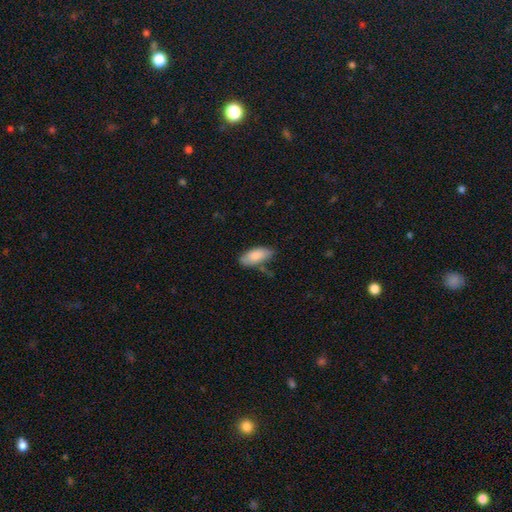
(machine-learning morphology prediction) Smooth or featured?
  - smooth: 83% *
  - featured or disk: 11%
  - star or artifact: 6%
How rounded?
  - in between: 87% *
  - cigar-shaped: 11%
  - round: 2%
Merging?
  - none: 68% *
  - minor disturbance: 23%
  - major disturbance: 5%
  - merger: 5%